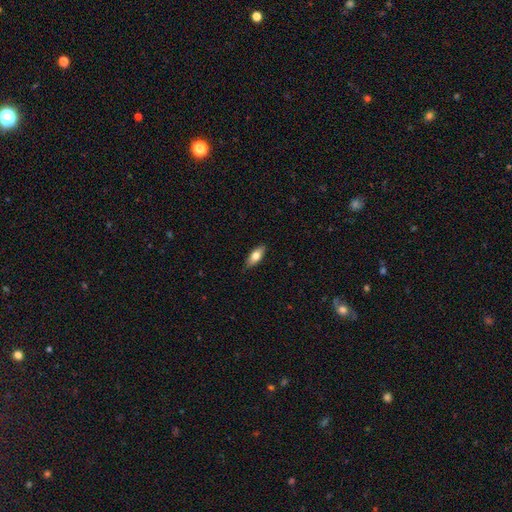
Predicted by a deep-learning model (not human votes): Smooth or featured?
  - smooth: 73% *
  - featured or disk: 21%
  - star or artifact: 6%
How rounded?
  - in between: 79% *
  - cigar-shaped: 18%
  - round: 3%
Merging?
  - none: 84% *
  - minor disturbance: 13%
  - major disturbance: 2%
  - merger: 1%